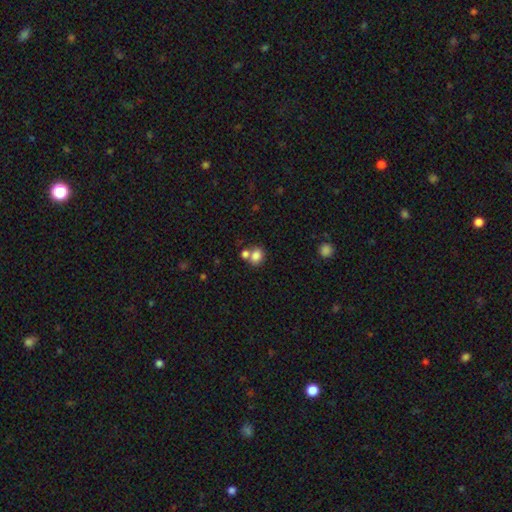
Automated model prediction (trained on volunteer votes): Morphology: type=smooth (81%); roundness=in between (53%); merging=none (49%).